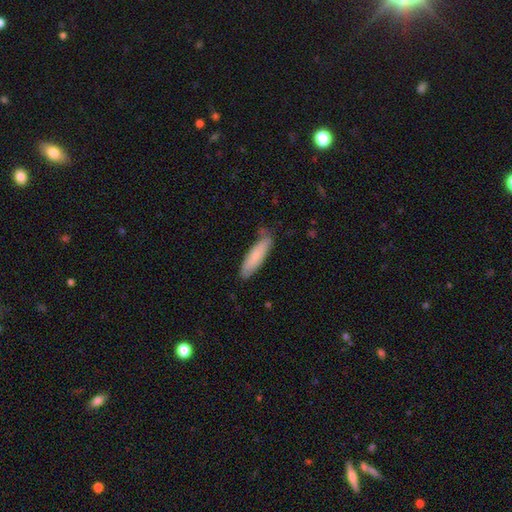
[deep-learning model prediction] Q: Smooth or featured?
A: smooth (79%); runner-up: featured or disk (15%)
Q: How rounded?
A: cigar-shaped (69%); runner-up: in between (30%)
Q: Merging?
A: none (70%); runner-up: minor disturbance (23%)